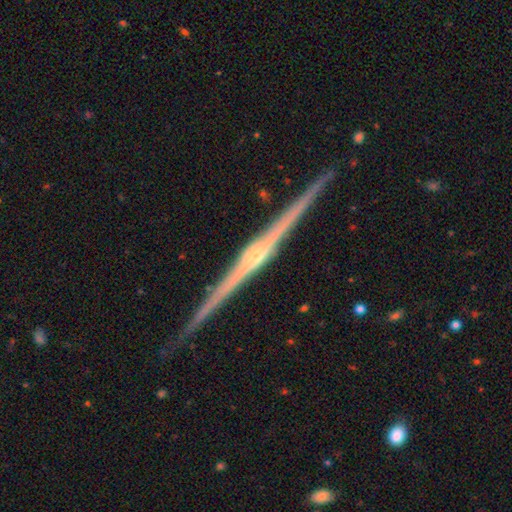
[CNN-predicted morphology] Overall: featured or disk (89%). Edge-on disk: yes (99%). Edge-on bulge: rounded (75%). Merging: none (91%).